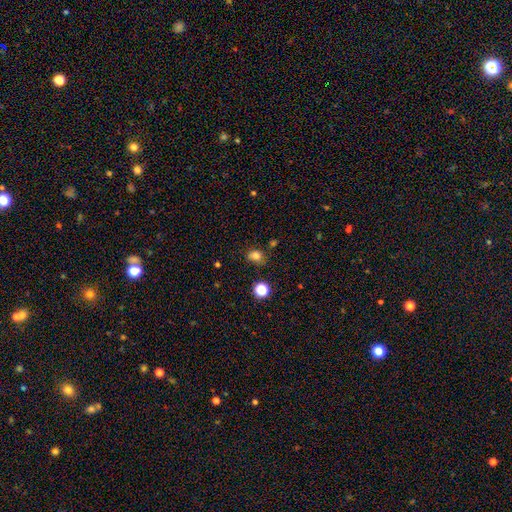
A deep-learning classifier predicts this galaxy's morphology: The model was most divided on "how rounded": round: 54%, in between: 45%, cigar-shaped: 1%. More confident: smooth or featured — smooth (79%); merging — none (72%).